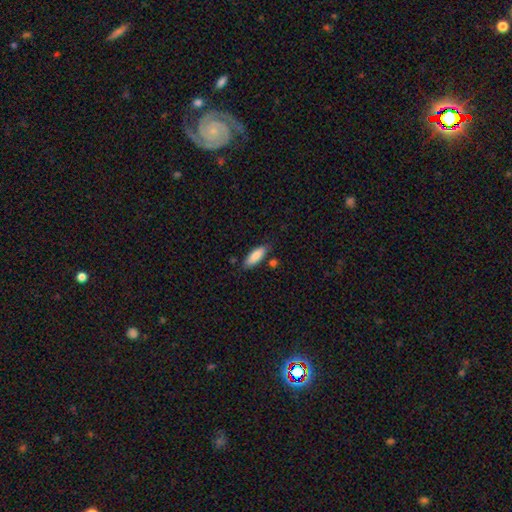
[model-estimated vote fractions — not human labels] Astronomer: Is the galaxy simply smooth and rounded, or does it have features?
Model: smooth — 86%.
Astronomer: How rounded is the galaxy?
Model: in between — 63%.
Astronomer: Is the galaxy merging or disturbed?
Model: none — 78%.